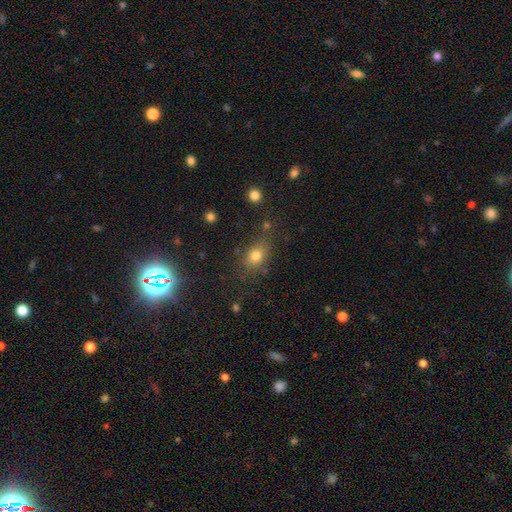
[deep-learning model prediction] Smooth or featured? smooth (74%)
How rounded? in between (61%)
Merging? none (70%)